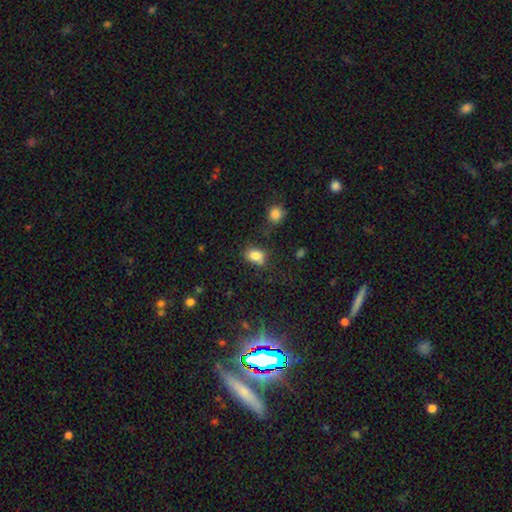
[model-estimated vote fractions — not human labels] A smooth galaxy with no disk features (82%) that is in between round and cigar-shaped (75%).

Vote fractions:
- Smooth or featured? smooth: 82% / star or artifact: 11% / featured or disk: 7%
- How rounded? in between: 75% / round: 23% / cigar-shaped: 2%
- Merging? none: 59% / minor disturbance: 24% / merger: 9% / major disturbance: 8%